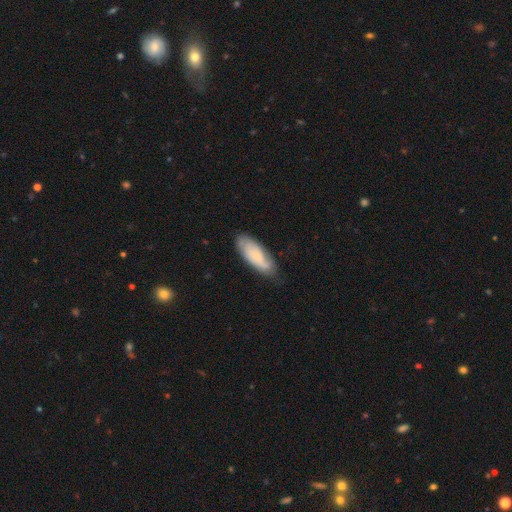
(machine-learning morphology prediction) A smooth galaxy with no disk features (55%) that is in between round and cigar-shaped (74%). Merging: none (68%).